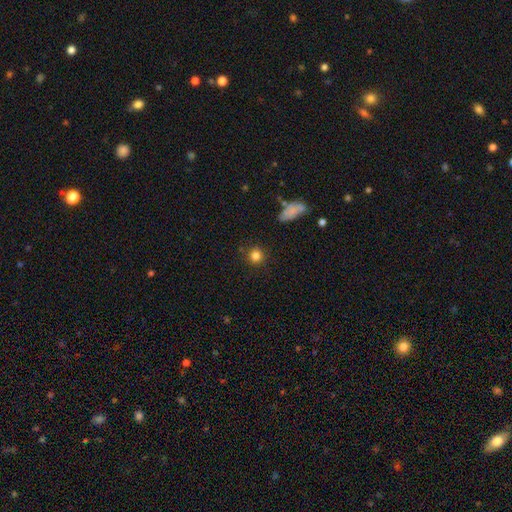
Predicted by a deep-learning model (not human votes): Smooth or featured? smooth (83%)
How rounded? round (92%)
Merging? none (88%)